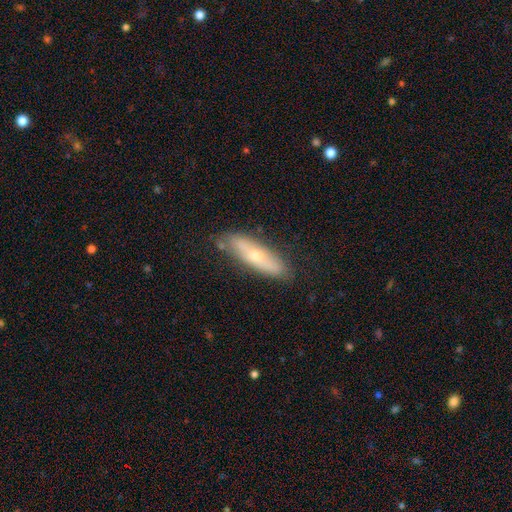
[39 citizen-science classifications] This is possibly a smooth galaxy (51%). How rounded: possibly cigar-shaped (55%). Merging: likely none (79%).